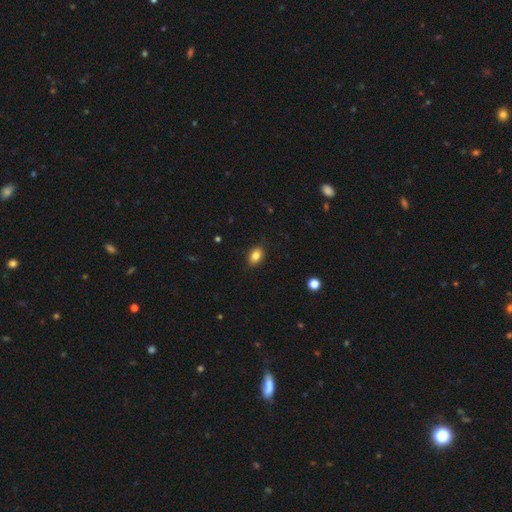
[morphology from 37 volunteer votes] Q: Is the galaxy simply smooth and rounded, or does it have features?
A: smooth — 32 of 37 (86%).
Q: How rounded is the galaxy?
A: in between — 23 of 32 (72%).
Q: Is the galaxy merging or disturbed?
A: none — 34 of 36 (94%).